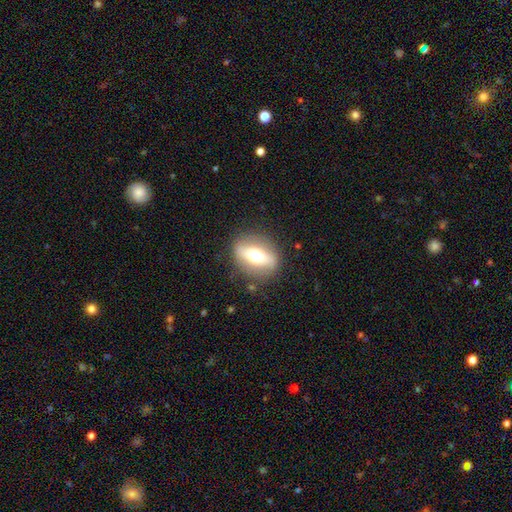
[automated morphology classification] A featured or disk galaxy (51%).

Vote fractions:
- Smooth or featured? featured or disk: 51% / smooth: 42% / star or artifact: 8%
- Edge-on disk? no: 58% / yes: 42%
- Merging? none: 83% / minor disturbance: 11% / major disturbance: 5% / merger: 1%